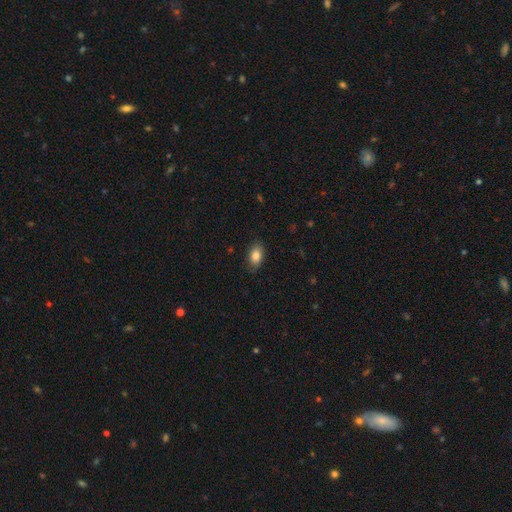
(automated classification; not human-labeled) Smooth or featured?
  - smooth: 85% *
  - featured or disk: 8%
  - star or artifact: 7%
How rounded?
  - in between: 90% *
  - round: 8%
  - cigar-shaped: 2%
Merging?
  - none: 82% *
  - minor disturbance: 14%
  - major disturbance: 3%
  - merger: 1%